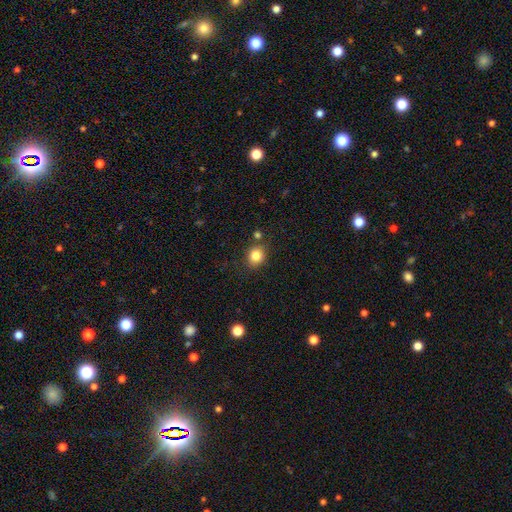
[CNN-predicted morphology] This is clearly a smooth galaxy (82%). How rounded: likely round (76%). Merging: clearly none (80%).